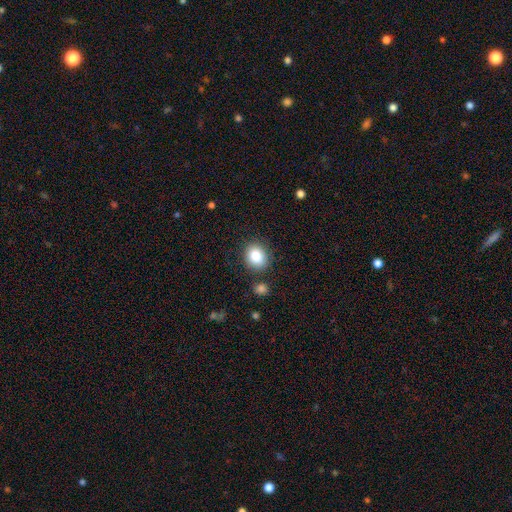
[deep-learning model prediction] Morphology: type=smooth (84%); roundness=round (58%); merging=none (83%).